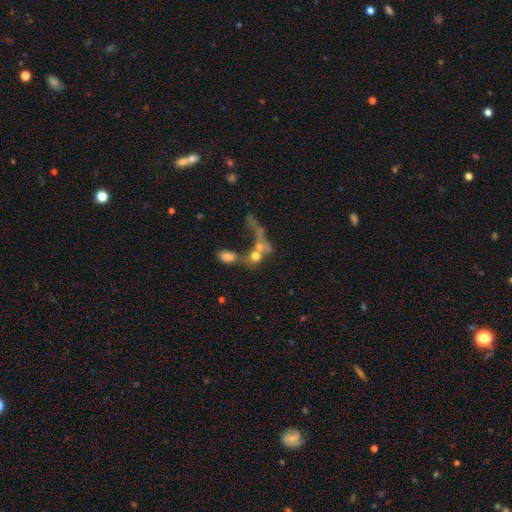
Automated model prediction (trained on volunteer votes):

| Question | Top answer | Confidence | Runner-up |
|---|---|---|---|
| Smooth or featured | smooth | 54% | featured or disk (30%) |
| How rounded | in between | 46% | tied: round (46%) |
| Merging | merger | 57% | major disturbance (19%) |